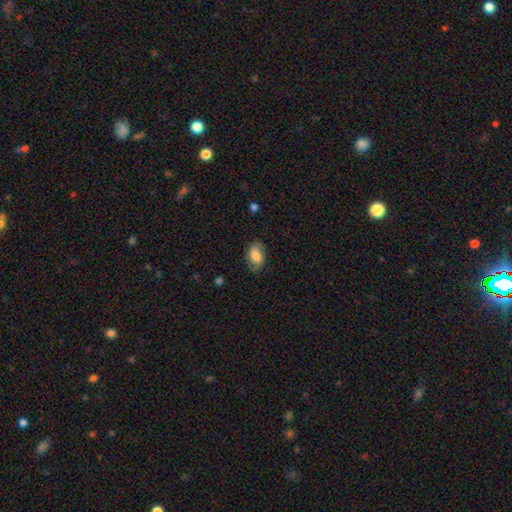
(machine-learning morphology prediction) A smooth galaxy with no disk features (75%) that is in between round and cigar-shaped (90%). Merging: none (77%).